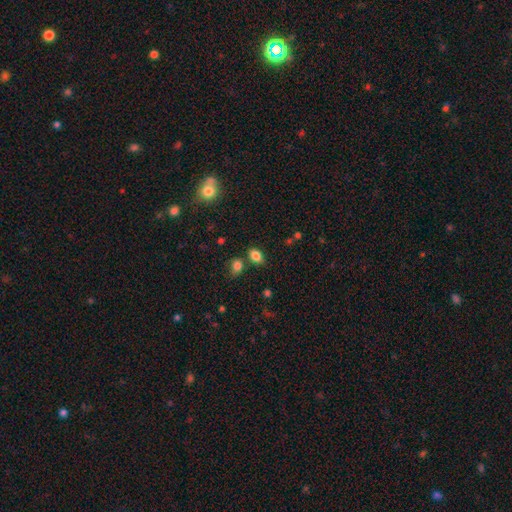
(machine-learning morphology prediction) Smooth or featured?
  - smooth: 84% *
  - star or artifact: 11%
  - featured or disk: 6%
How rounded?
  - in between: 81% *
  - round: 17%
  - cigar-shaped: 2%
Merging?
  - none: 72% *
  - minor disturbance: 13%
  - merger: 11%
  - major disturbance: 3%